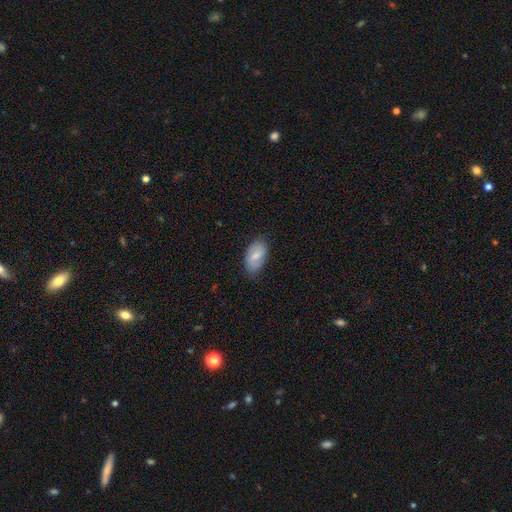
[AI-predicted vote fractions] This is likely a smooth galaxy (62%). How rounded: clearly in between (93%). Merging: likely none (74%).